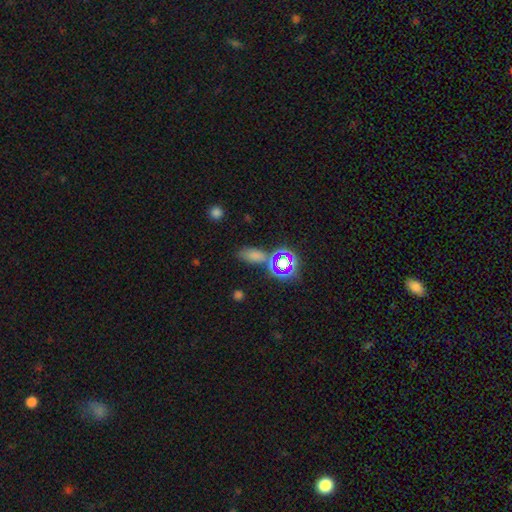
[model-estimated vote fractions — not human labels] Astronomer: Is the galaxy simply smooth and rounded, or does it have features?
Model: smooth — 53% (runner-up: star or artifact, 37%).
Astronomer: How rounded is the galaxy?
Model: in between — 76%.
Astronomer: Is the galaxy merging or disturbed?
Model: none — 68%.